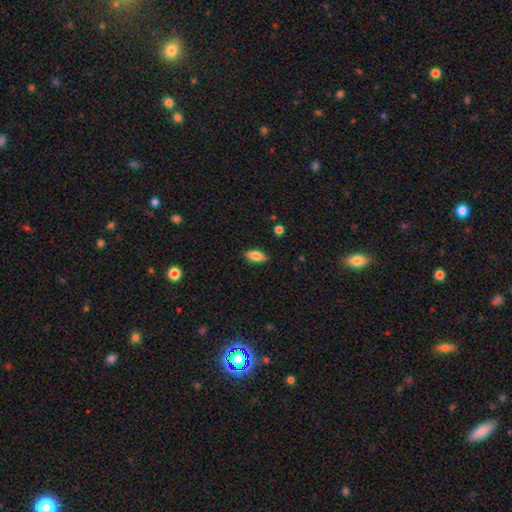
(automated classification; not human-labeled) Morphology: type=smooth (80%); roundness=in between (85%); merging=none (84%).